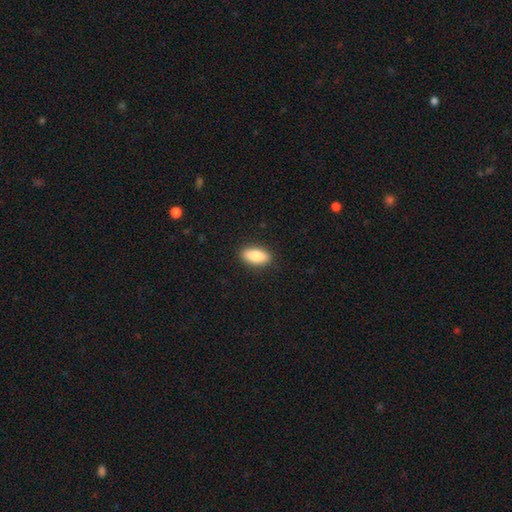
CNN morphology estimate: Smooth or featured?
  - smooth: 84% *
  - featured or disk: 9%
  - star or artifact: 6%
How rounded?
  - in between: 86% *
  - cigar-shaped: 11%
  - round: 3%
Merging?
  - none: 89% *
  - minor disturbance: 8%
  - major disturbance: 2%
  - merger: 1%